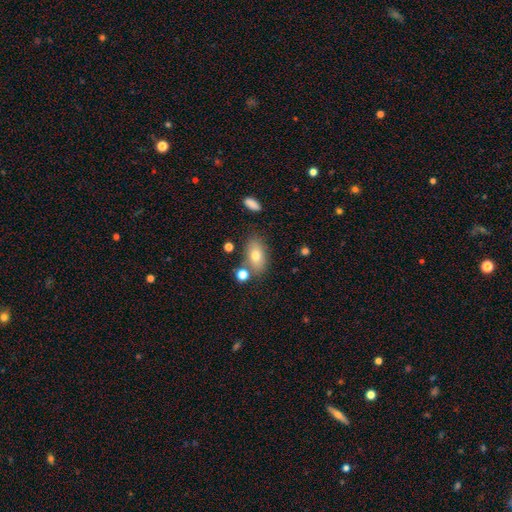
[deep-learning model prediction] smooth 75%, featured or disk 16%, star or artifact 9%. Down the decision tree: how rounded — in between (87%); merging — none (72%).